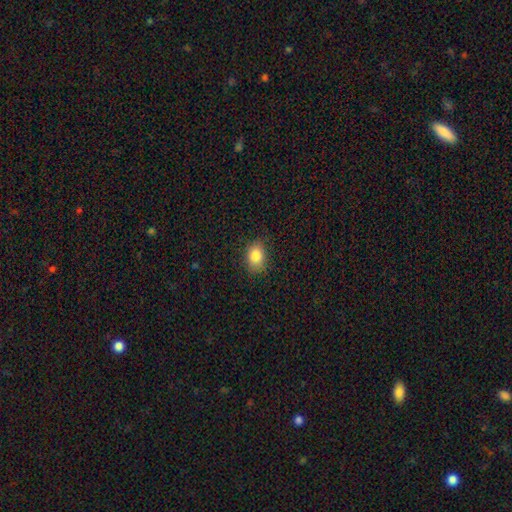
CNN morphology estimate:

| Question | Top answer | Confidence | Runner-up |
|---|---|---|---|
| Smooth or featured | smooth | 84% | star or artifact (10%) |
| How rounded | in between | 67% | round (32%) |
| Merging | none | 83% | minor disturbance (13%) |